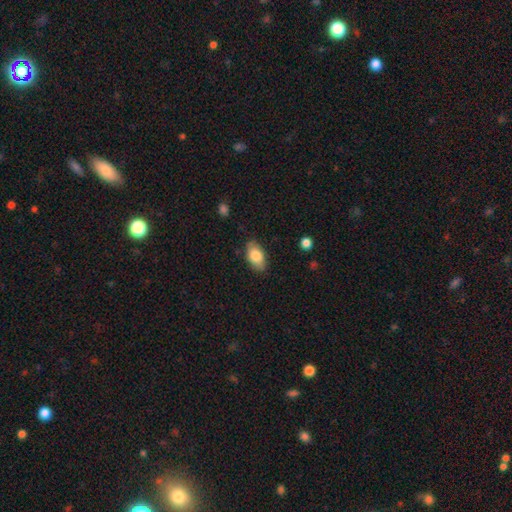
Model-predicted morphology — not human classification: Overall: smooth (82%). How rounded: in between (93%). Merging: none (84%).